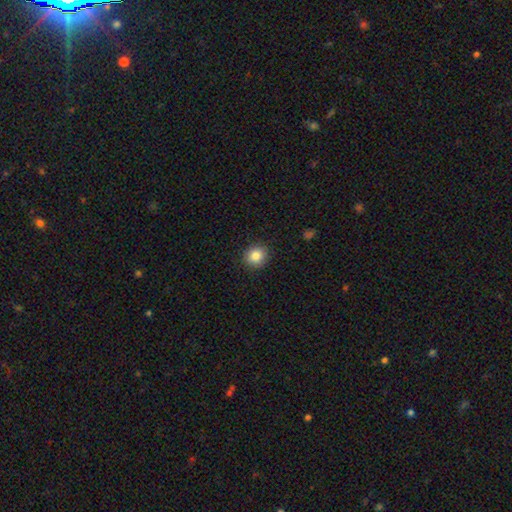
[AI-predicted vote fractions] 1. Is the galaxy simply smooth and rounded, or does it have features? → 85% smooth, 10% star or artifact, 6% featured or disk.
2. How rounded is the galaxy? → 86% round, 13% in between, 1% cigar-shaped.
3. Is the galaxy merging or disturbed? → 91% none, 6% minor disturbance, 2% major disturbance, 1% merger.